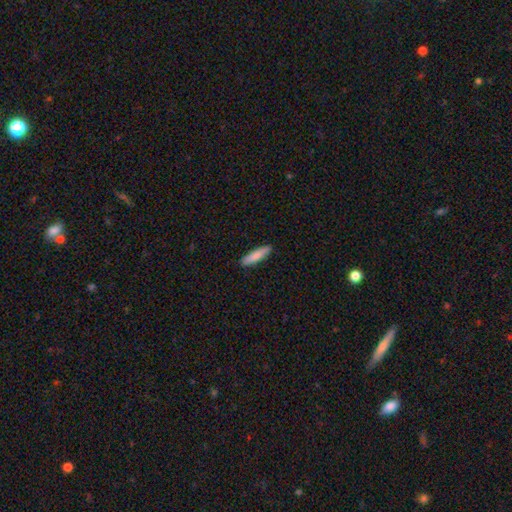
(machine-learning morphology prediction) The model was most divided on "how rounded": cigar-shaped: 79%, in between: 19%, round: 1%. More confident: merging — none (90%); smooth or featured — smooth (83%).